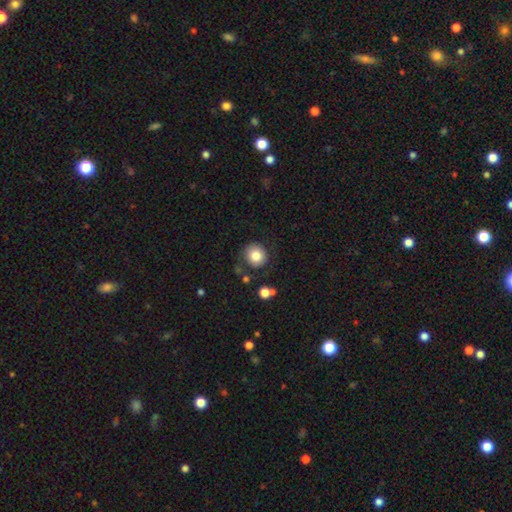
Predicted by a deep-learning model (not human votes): This is clearly a smooth galaxy (80%). How rounded: clearly round (90%). Merging: likely none (80%).